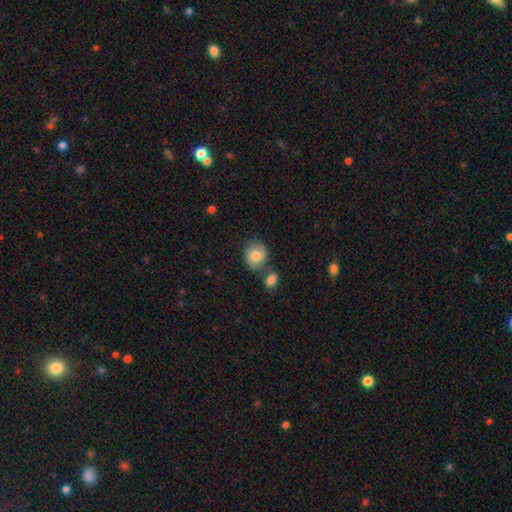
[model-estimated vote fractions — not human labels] The model was most divided on "merging": none: 57%, merger: 21%, minor disturbance: 17%, major disturbance: 5%. More confident: smooth or featured — smooth (76%); how rounded — round (74%).